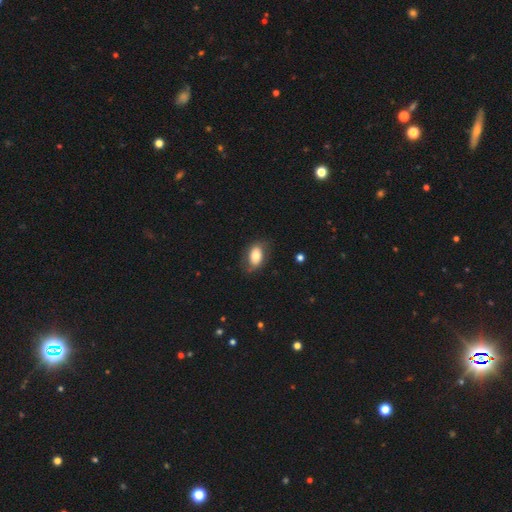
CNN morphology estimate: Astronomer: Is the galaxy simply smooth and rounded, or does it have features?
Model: smooth — 67%.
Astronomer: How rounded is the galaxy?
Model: in between — 88%.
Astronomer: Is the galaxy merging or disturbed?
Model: none — 70%.